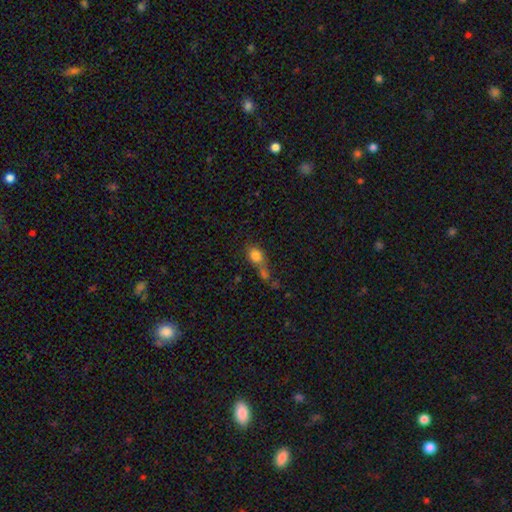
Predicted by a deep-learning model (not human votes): Smooth or featured? smooth (77%)
How rounded? round (49%)
Merging? merger (47%)